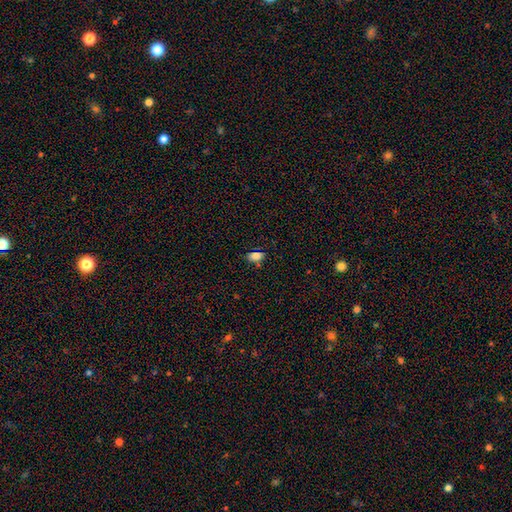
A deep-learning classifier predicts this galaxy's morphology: smooth_or_featured: smooth (p=0.78) [alt: star or artifact p=0.17]
how_rounded: in between (p=0.84) [alt: round p=0.13]
merging: none (p=0.80) [alt: minor disturbance p=0.14]